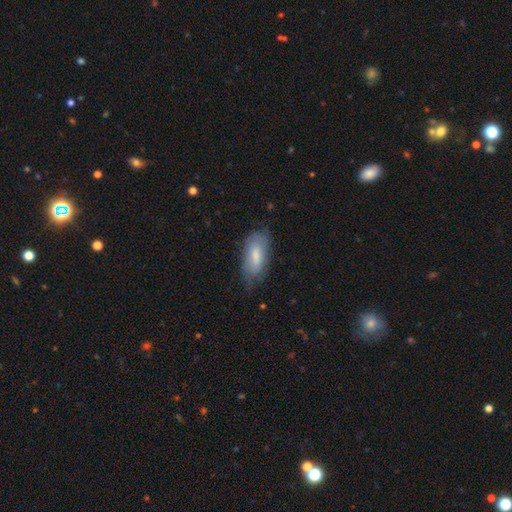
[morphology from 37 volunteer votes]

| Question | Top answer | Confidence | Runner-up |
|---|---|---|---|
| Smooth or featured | smooth | 86% | featured or disk (11%) |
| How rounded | in between | 88% | cigar-shaped (12%) |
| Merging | none | 61% | minor disturbance (33%) |